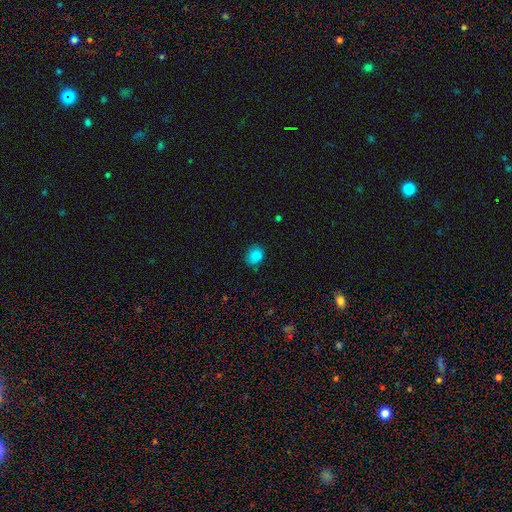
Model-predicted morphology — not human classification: A smooth galaxy with no disk features (85%) that is round (51%).

Vote fractions:
- Smooth or featured? smooth: 85% / star or artifact: 11% / featured or disk: 4%
- How rounded? round: 51% / in between: 48% / cigar-shaped: 1%
- Merging? none: 75% / minor disturbance: 20% / major disturbance: 4% / merger: 2%